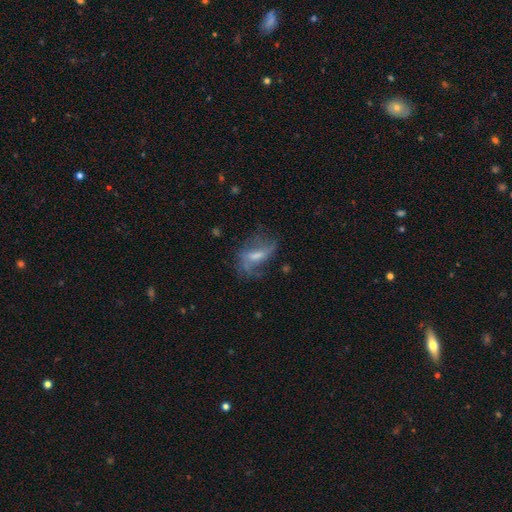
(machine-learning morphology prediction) This is possibly a featured or disk galaxy (58%). It is clearly not viewed edge-on (89%). Bar: marginally weak (44%). Spiral arm pattern: likely yes (65%). Central bulge: marginally moderate (38%). Merging: possibly none (47%).